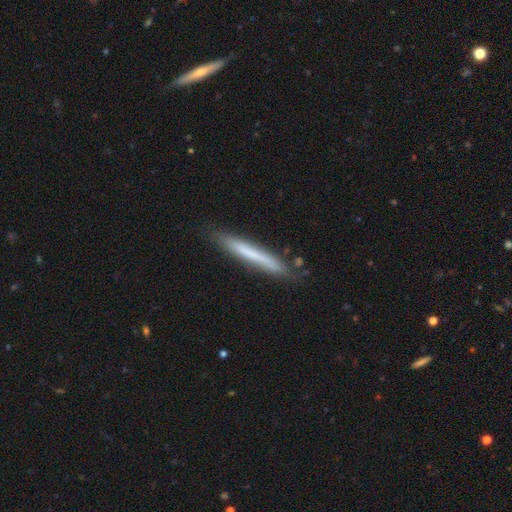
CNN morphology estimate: This is possibly a smooth galaxy (57%). How rounded: clearly cigar-shaped (96%). Merging: clearly none (83%).